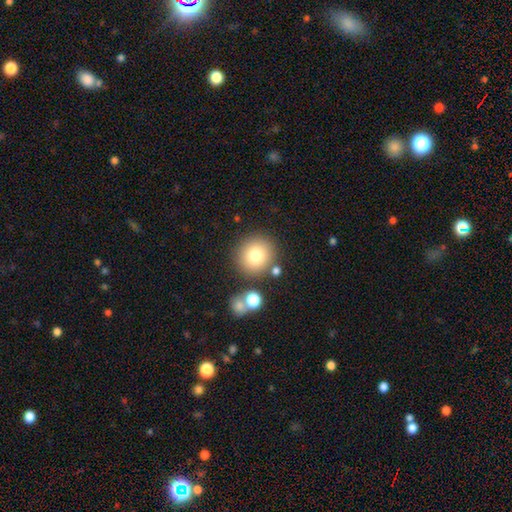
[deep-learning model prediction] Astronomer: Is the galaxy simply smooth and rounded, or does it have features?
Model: smooth — 78%.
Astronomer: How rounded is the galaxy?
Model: round — 92%.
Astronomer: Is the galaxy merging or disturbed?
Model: none — 81%.